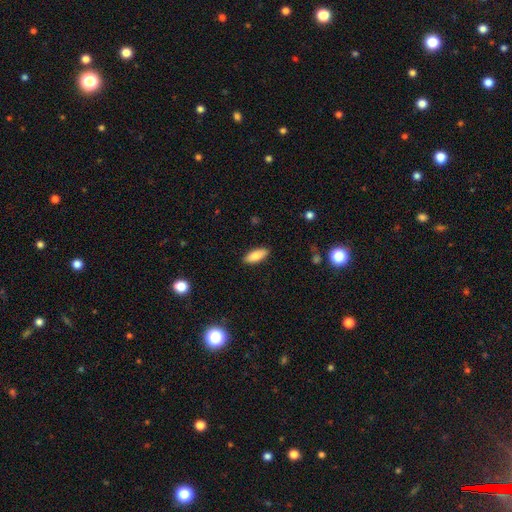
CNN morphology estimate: This appears to be a smooth galaxy with no disk features (85%) that is in between round and cigar-shaped (79%). Merging: none (88%).